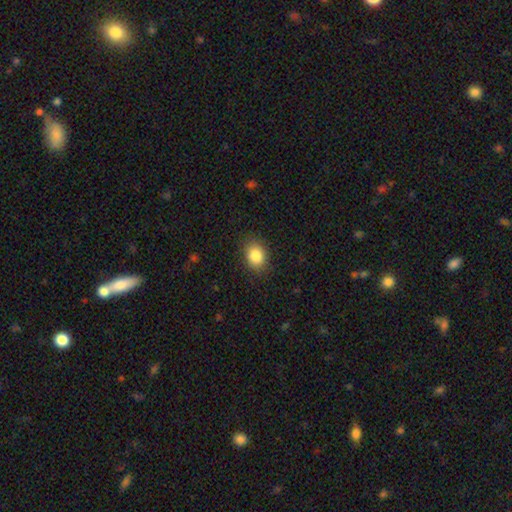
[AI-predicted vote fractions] Q: Smooth or featured?
A: smooth (86%); runner-up: star or artifact (9%)
Q: How rounded?
A: in between (56%); runner-up: round (43%)
Q: Merging?
A: none (86%); runner-up: minor disturbance (11%)